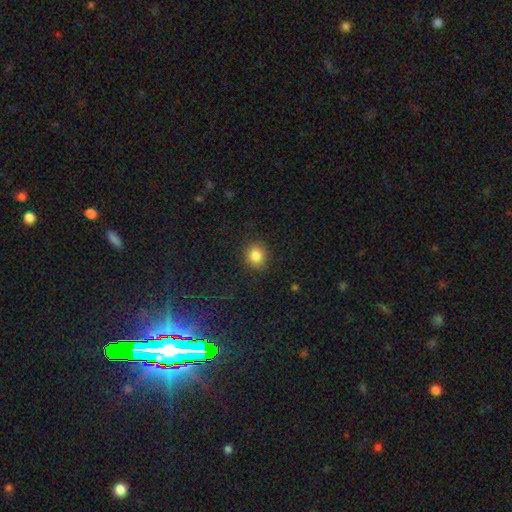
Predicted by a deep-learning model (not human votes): smooth_or_featured: smooth (p=0.84) [alt: star or artifact p=0.11]
how_rounded: round (p=0.78) [alt: in between p=0.21]
merging: none (p=0.89) [alt: minor disturbance p=0.07]